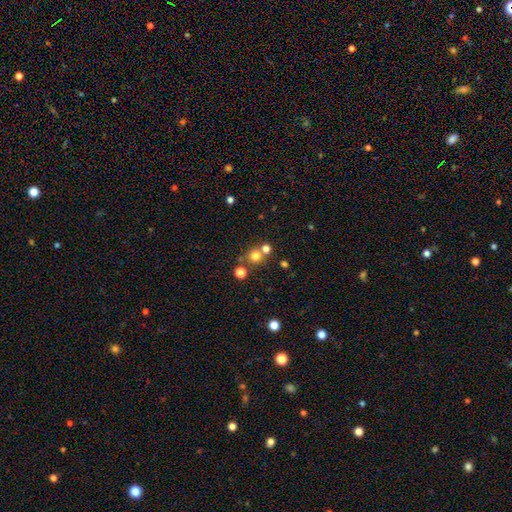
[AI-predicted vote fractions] Smooth or featured? Predicted: smooth (p=0.73). How rounded? Predicted: round (p=0.89). Merging? Predicted: none (p=0.64).